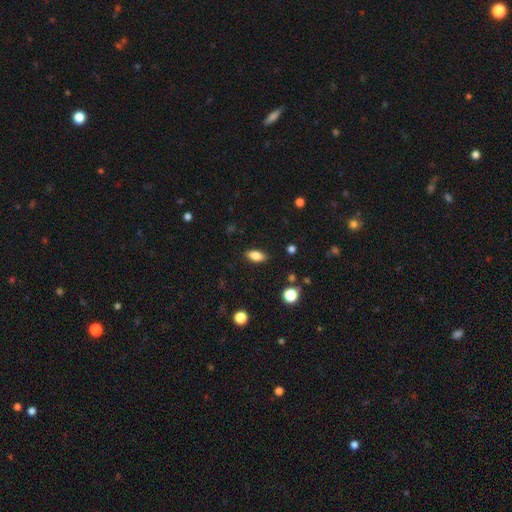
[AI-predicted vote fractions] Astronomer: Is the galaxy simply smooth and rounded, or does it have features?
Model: smooth — 83%.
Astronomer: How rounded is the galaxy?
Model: in between — 87%.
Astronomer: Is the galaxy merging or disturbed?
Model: none — 87%.